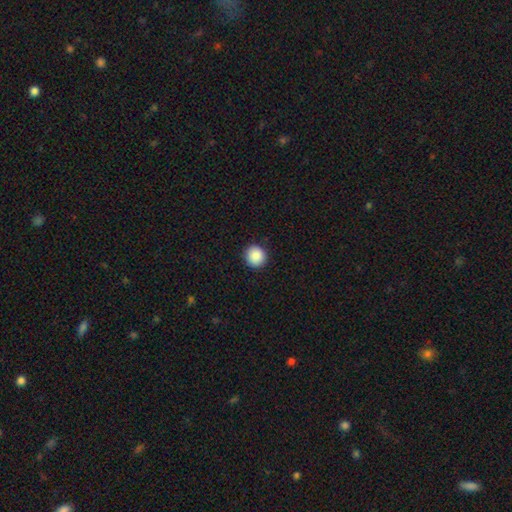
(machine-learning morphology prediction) Smooth or featured: smooth — 89% (star or artifact — 8%)
How rounded: round — 92% (in between — 7%)
Merging: none — 92% (minor disturbance — 6%)